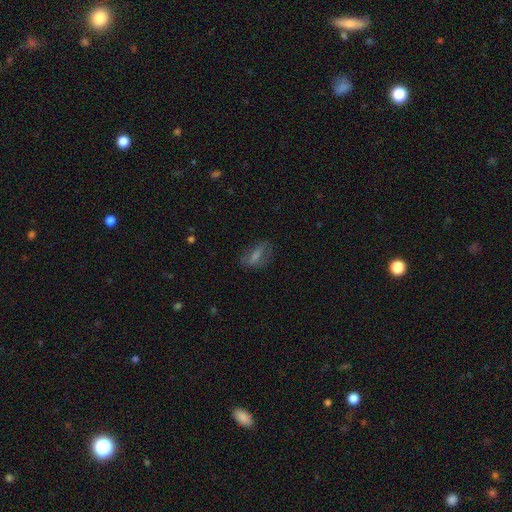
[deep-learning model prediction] smooth 46%, featured or disk 35%, star or artifact 18%. Down the decision tree: merging — none (68%).